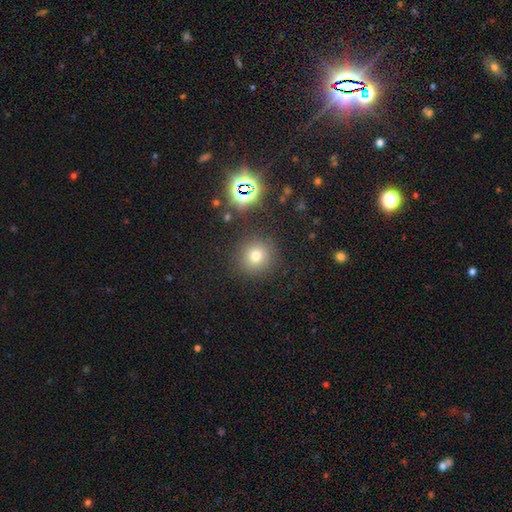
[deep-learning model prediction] smooth_or_featured: smooth (p=0.71) [alt: star or artifact p=0.20]
how_rounded: round (p=0.93) [alt: in between p=0.06]
merging: none (p=0.87) [alt: minor disturbance p=0.07]